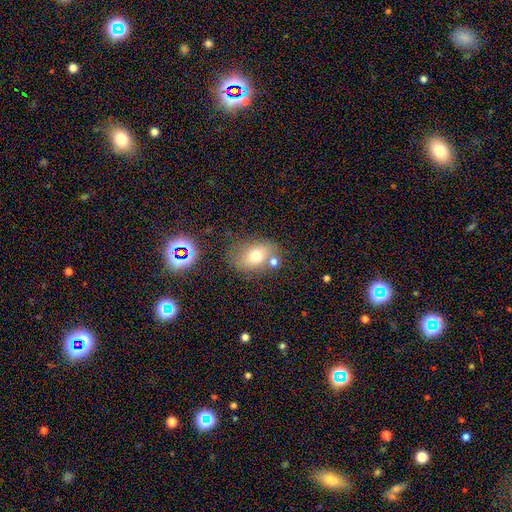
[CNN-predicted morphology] smooth_or_featured: smooth (p=0.69) [alt: featured or disk p=0.18]
how_rounded: in between (p=0.69) [alt: round p=0.30]
merging: none (p=0.61) [alt: minor disturbance p=0.17]